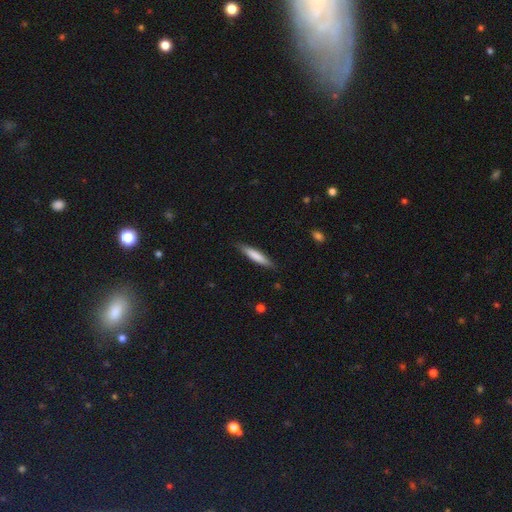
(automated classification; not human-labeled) smooth 73%, featured or disk 21%, star or artifact 5%. Down the decision tree: how rounded — cigar-shaped (88%); merging — none (86%).